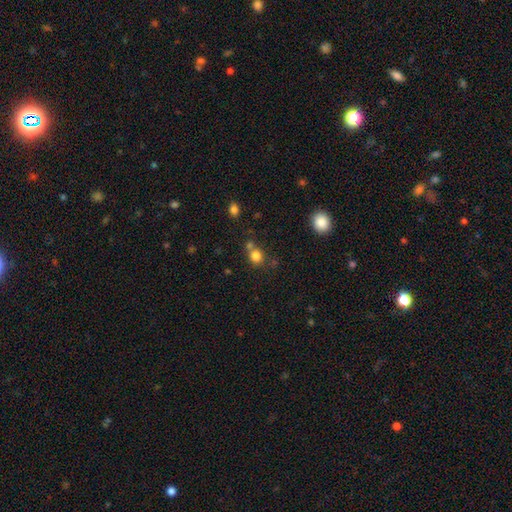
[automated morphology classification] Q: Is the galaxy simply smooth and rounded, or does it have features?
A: smooth — 81%.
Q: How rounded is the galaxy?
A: round — 81%.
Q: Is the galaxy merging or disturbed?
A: none — 57%.